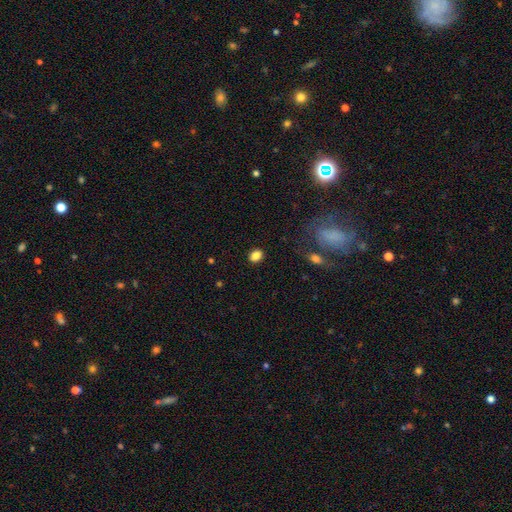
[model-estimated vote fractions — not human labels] Smooth or featured? smooth (86%)
How rounded? in between (53%)
Merging? none (88%)